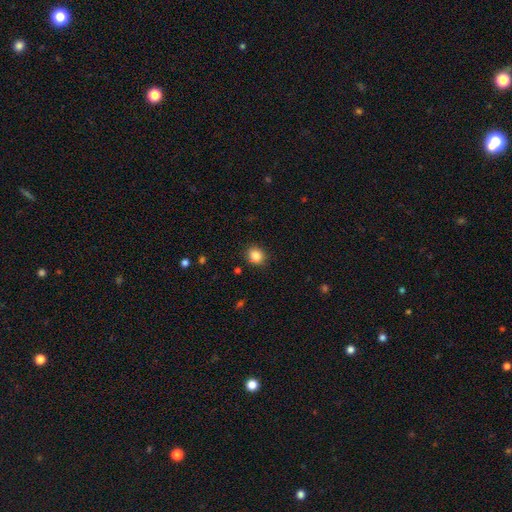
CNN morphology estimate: This is clearly a smooth galaxy (85%). How rounded: likely round (64%). Merging: clearly none (86%).